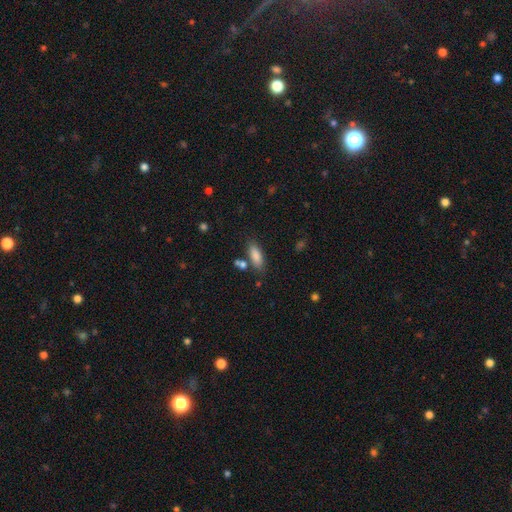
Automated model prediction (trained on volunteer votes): This is clearly a smooth galaxy (86%). How rounded: likely in between (71%). Merging: likely none (76%).